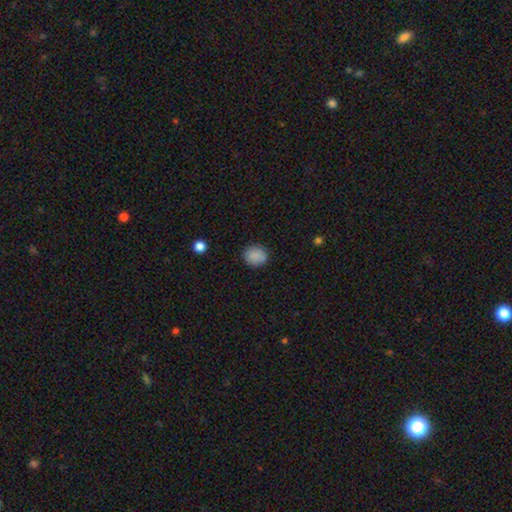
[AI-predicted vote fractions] Q: Smooth or featured?
A: smooth (87%); runner-up: star or artifact (9%)
Q: How rounded?
A: round (73%); runner-up: in between (26%)
Q: Merging?
A: none (85%); runner-up: minor disturbance (11%)